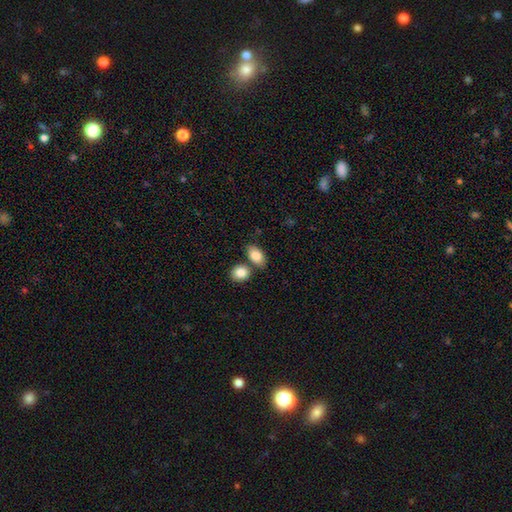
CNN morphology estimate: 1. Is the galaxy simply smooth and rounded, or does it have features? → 84% smooth, 9% featured or disk, 7% star or artifact.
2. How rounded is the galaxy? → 87% in between, 11% round, 2% cigar-shaped.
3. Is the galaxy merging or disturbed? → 60% none, 26% merger, 11% minor disturbance, 3% major disturbance.